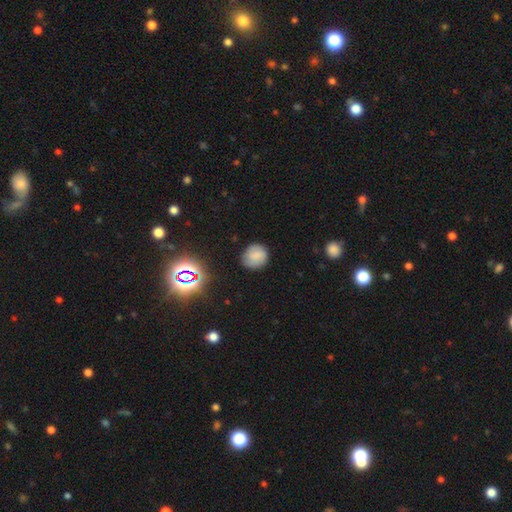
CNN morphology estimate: Q: Smooth or featured?
A: smooth (75%); runner-up: star or artifact (13%)
Q: How rounded?
A: round (82%); runner-up: in between (17%)
Q: Merging?
A: none (81%); runner-up: minor disturbance (15%)